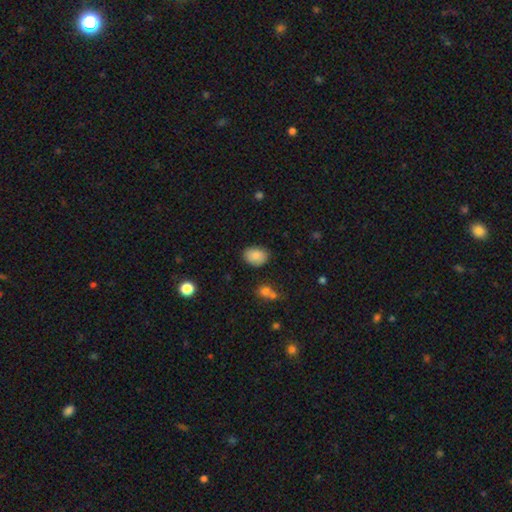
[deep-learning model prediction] A smooth galaxy with no disk features (86%) that is in between round and cigar-shaped (71%). Merging: none (80%).